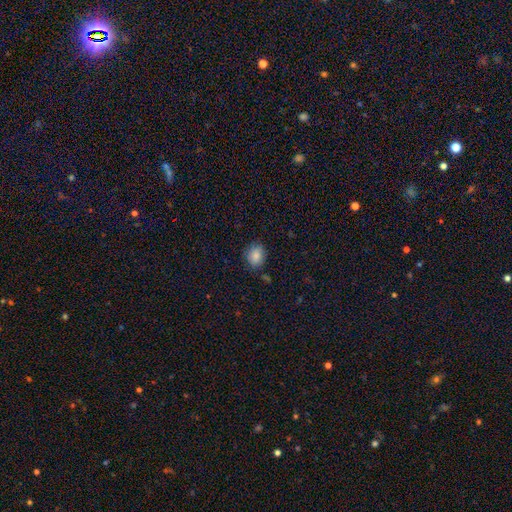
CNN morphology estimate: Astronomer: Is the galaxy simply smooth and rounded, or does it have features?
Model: smooth — 85%.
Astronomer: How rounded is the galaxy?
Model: round — 58% (runner-up: in between, 41%).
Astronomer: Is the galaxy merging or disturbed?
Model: none — 79%.